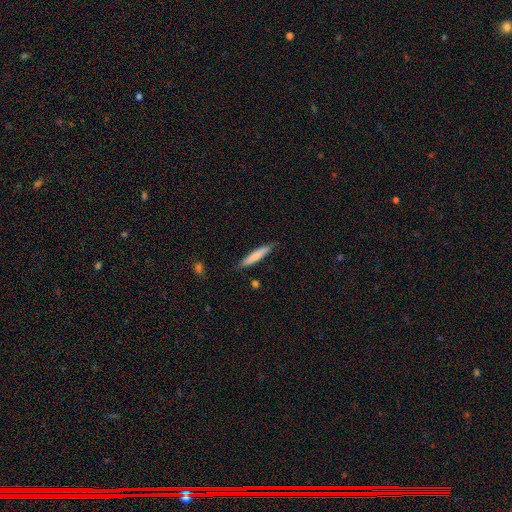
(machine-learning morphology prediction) Smooth or featured: smooth — 75% (featured or disk — 19%)
How rounded: cigar-shaped — 91% (in between — 7%)
Merging: none — 84% (minor disturbance — 13%)